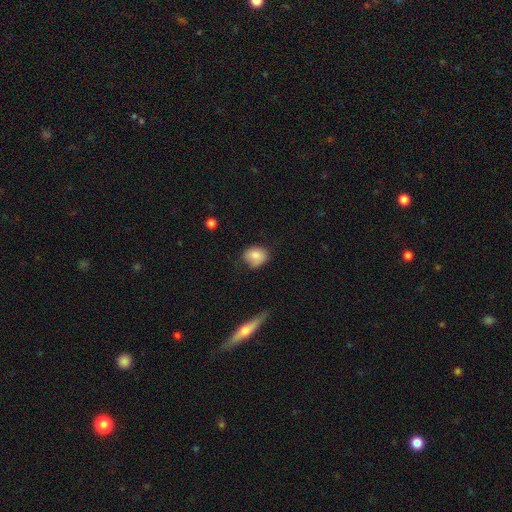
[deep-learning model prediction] Morphology: type=smooth (82%); roundness=round (59%); merging=none (63%).